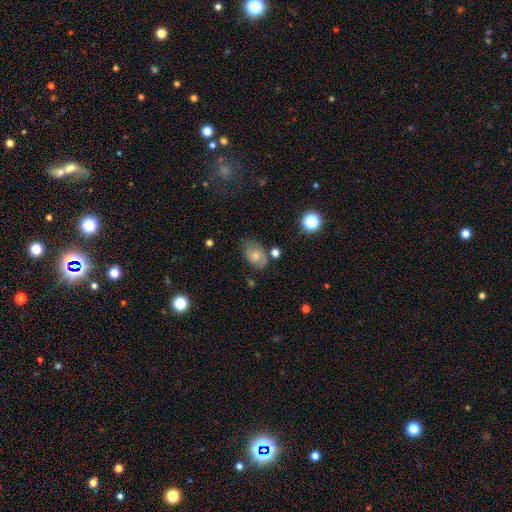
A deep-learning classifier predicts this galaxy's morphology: Q: Smooth or featured?
A: smooth (45%); runner-up: featured or disk (44%)
Q: Merging?
A: none (57%); runner-up: minor disturbance (26%)